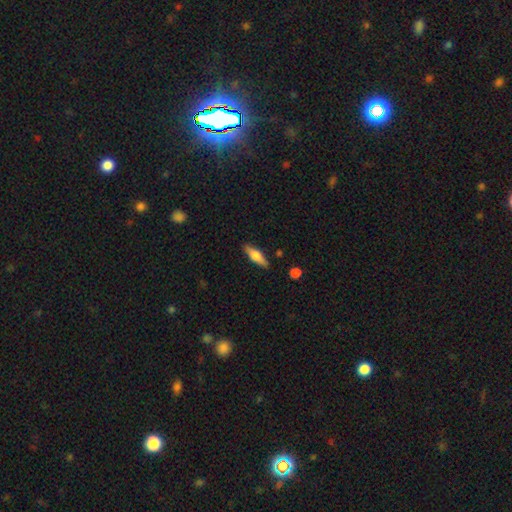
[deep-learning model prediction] Q: Smooth or featured?
A: smooth (54%); runner-up: featured or disk (40%)
Q: How rounded?
A: cigar-shaped (57%); runner-up: in between (40%)
Q: Merging?
A: none (87%); runner-up: minor disturbance (9%)